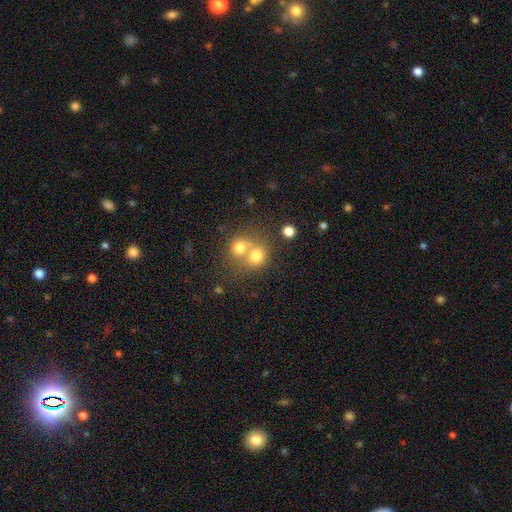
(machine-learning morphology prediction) Smooth or featured?
  - smooth: 72% *
  - featured or disk: 15%
  - star or artifact: 13%
How rounded?
  - round: 73% *
  - in between: 26%
  - cigar-shaped: 1%
Merging?
  - merger: 57% *
  - none: 33%
  - minor disturbance: 6%
  - major disturbance: 4%